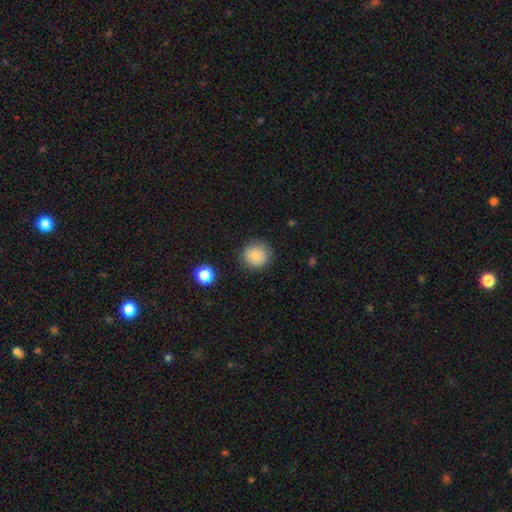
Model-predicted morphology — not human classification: This appears to be a smooth galaxy with no disk features (83%) that is round (92%). Merging: none (85%).